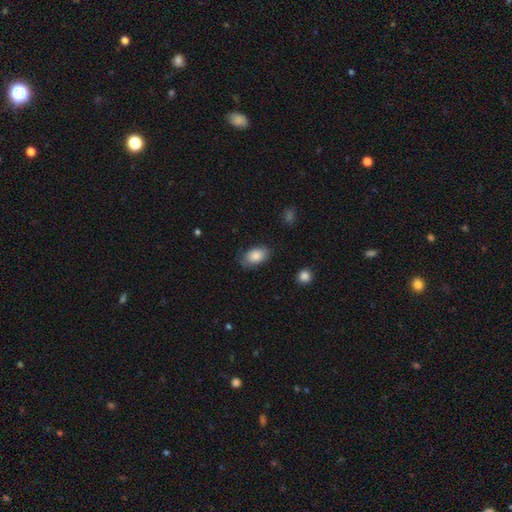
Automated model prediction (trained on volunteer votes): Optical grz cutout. It shows a smooth galaxy with no disk features (85%) that is in between round and cigar-shaped (90%). Merging: none (73%).